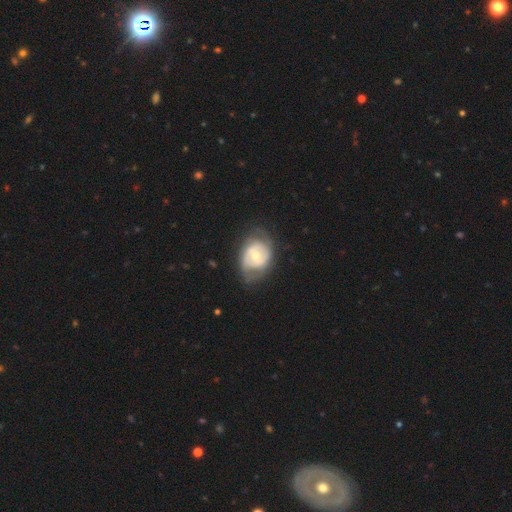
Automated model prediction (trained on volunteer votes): The model was most divided on "spiral winding": tight: 47%, medium: 37%, loose: 16%. More confident: edge-on disk — no (97%); spiral arms — yes (76%); smooth or featured — featured or disk (69%); spiral arm count — 2 (58%); bar — no (57%); merging — none (57%); bulge size — moderate (55%).